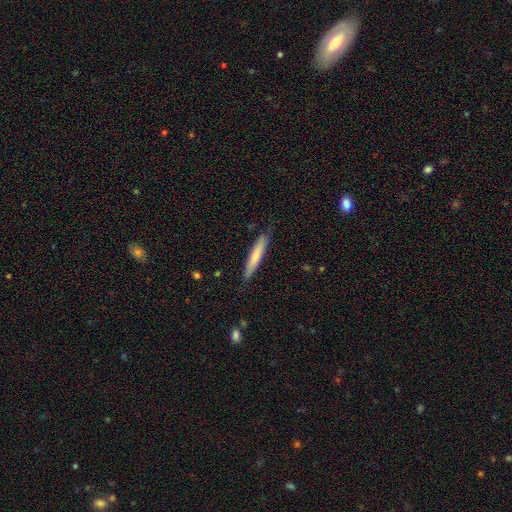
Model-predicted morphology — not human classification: smooth_or_featured: smooth (p=0.72) [alt: featured or disk p=0.23]
how_rounded: cigar-shaped (p=0.93) [alt: in between p=0.06]
merging: none (p=0.86) [alt: minor disturbance p=0.11]